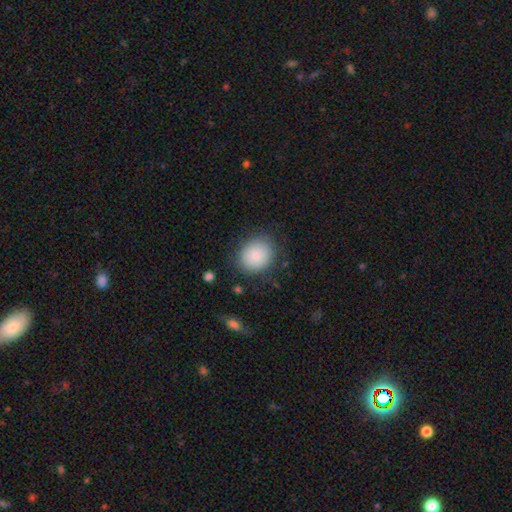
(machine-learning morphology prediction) Smooth or featured: smooth — 85% (star or artifact — 8%)
How rounded: round — 71% (in between — 28%)
Merging: none — 82% (minor disturbance — 12%)